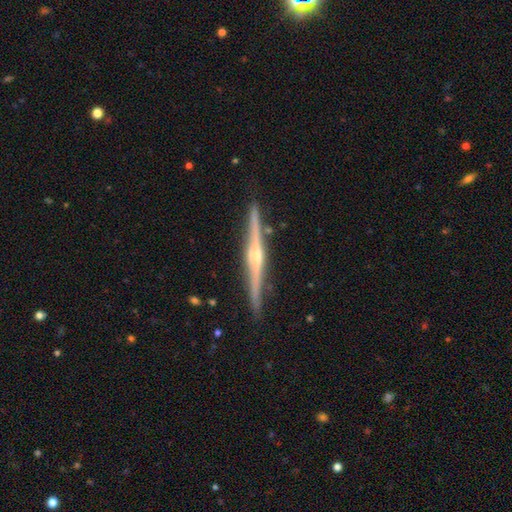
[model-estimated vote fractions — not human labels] Overall: featured or disk (85%). Edge-on disk: yes (98%). Edge-on bulge: rounded (81%). Merging: none (89%).